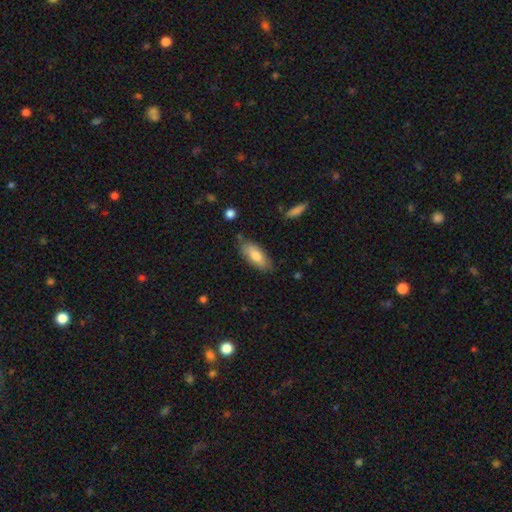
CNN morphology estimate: The model was most divided on "smooth or featured": smooth: 75%, featured or disk: 19%, star or artifact: 6%. More confident: how rounded — in between (78%); merging — none (78%).